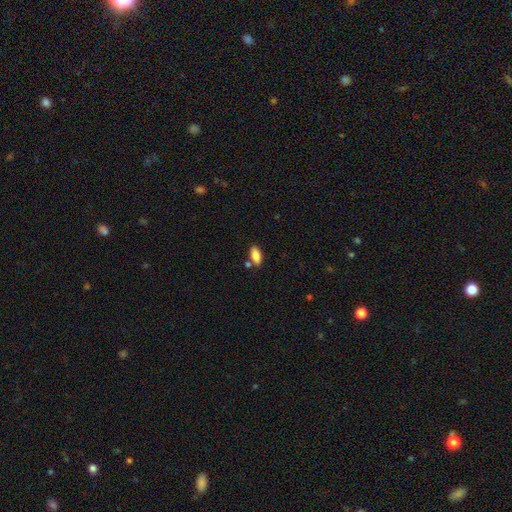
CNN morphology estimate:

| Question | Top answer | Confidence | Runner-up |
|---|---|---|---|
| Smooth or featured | smooth | 85% | featured or disk (8%) |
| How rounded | in between | 87% | cigar-shaped (10%) |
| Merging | none | 76% | minor disturbance (12%) |